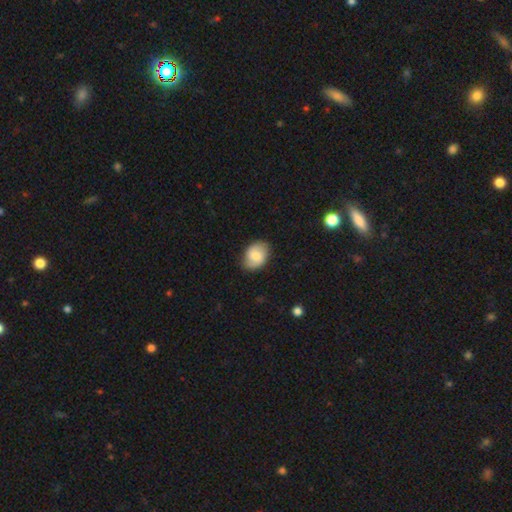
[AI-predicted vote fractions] Smooth or featured? smooth (59%)
How rounded? in between (70%)
Merging? none (79%)